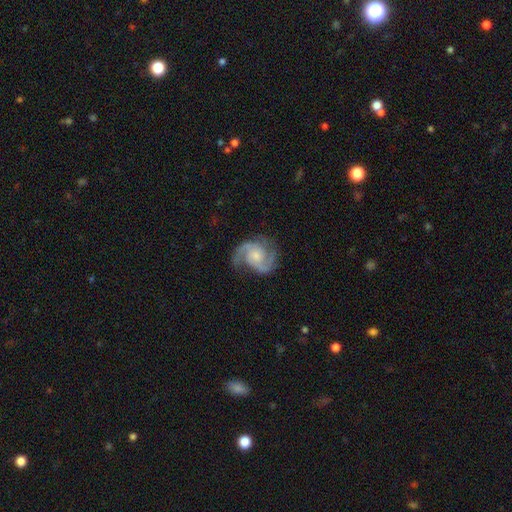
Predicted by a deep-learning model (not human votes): Morphology: type=featured or disk (90%); edge-on=no (98%); bar=no (67%); spiral arms=yes (98%); winding=medium (56%); arm count=2 (87%); bulge=small (52%); merging=none (74%).